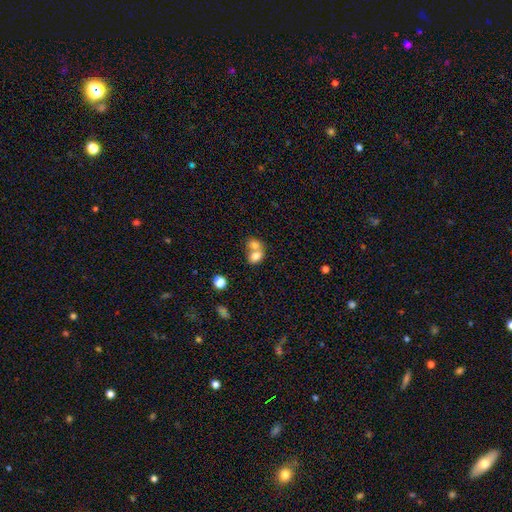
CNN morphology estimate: Q: Smooth or featured?
A: smooth (75%); runner-up: featured or disk (16%)
Q: How rounded?
A: in between (58%); runner-up: round (41%)
Q: Merging?
A: merger (70%); runner-up: none (21%)